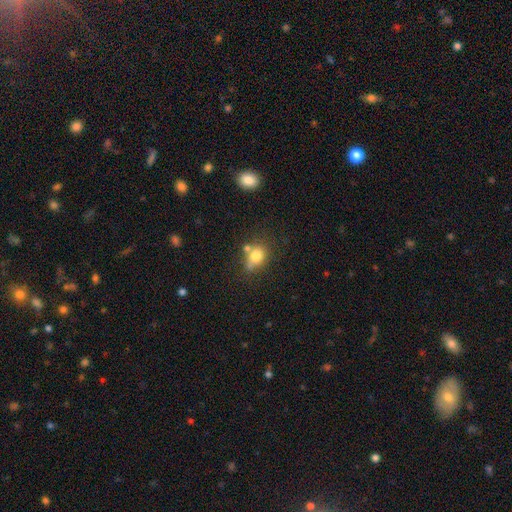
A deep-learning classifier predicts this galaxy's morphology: Smooth or featured? smooth (76%)
How rounded? round (52%)
Merging? none (48%)